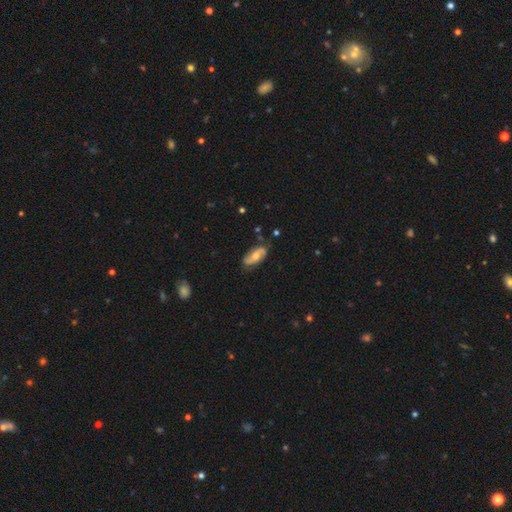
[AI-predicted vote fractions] Smooth or featured?
  - featured or disk: 63% *
  - smooth: 31%
  - star or artifact: 6%
Edge-on disk?
  - no: 91% *
  - yes: 9%
Bar?
  - no: 55% *
  - weak: 35%
  - strong: 10%
Spiral arms?
  - yes: 87% *
  - no: 13%
Bulge size?
  - moderate: 63% *
  - small: 25%
  - large: 8%
  - none: 4%
  - dominant: 1%
Merging?
  - none: 78% *
  - minor disturbance: 16%
  - major disturbance: 4%
  - merger: 2%